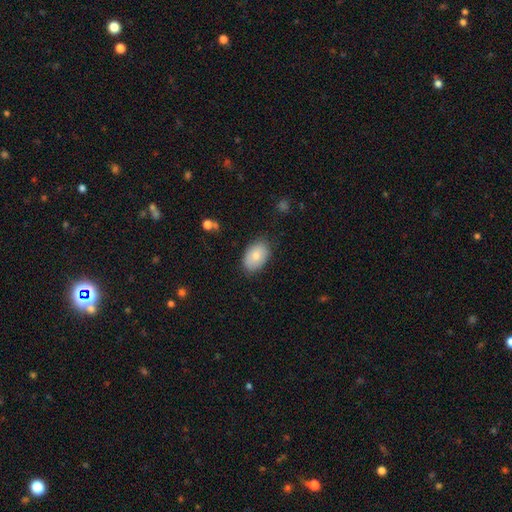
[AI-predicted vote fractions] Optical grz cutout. It shows a smooth galaxy with no disk features (82%) that is in between round and cigar-shaped (90%). Merging: none (82%).